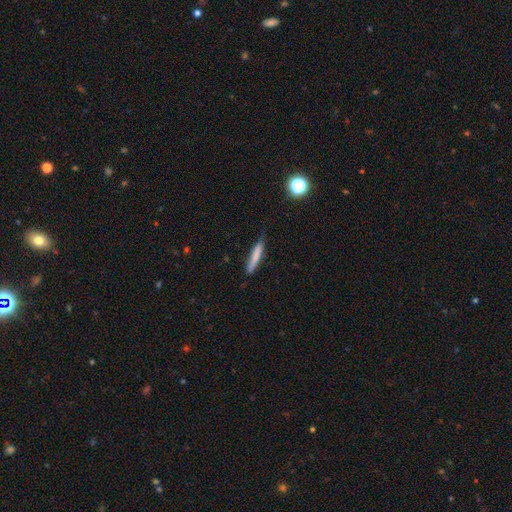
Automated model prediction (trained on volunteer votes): Smooth or featured?
  - smooth: 77% *
  - featured or disk: 17%
  - star or artifact: 6%
How rounded?
  - cigar-shaped: 93% *
  - in between: 6%
  - round: 1%
Merging?
  - none: 75% *
  - minor disturbance: 20%
  - major disturbance: 3%
  - merger: 2%